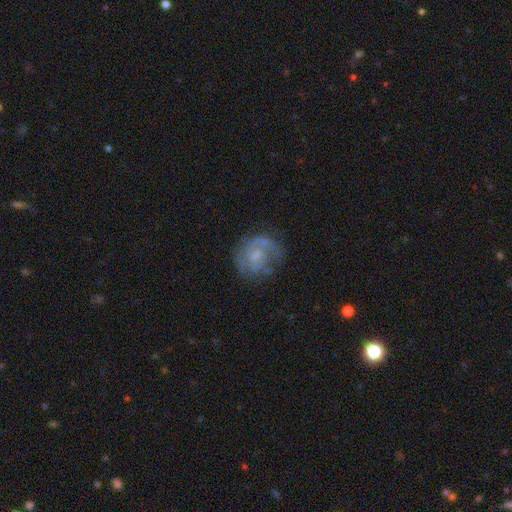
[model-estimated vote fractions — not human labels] Smooth or featured? featured or disk (59%)
Edge-on disk? no (98%)
Bar? no (69%)
Spiral arms? yes (62%)
Bulge size? small (38%)
Merging? none (55%)